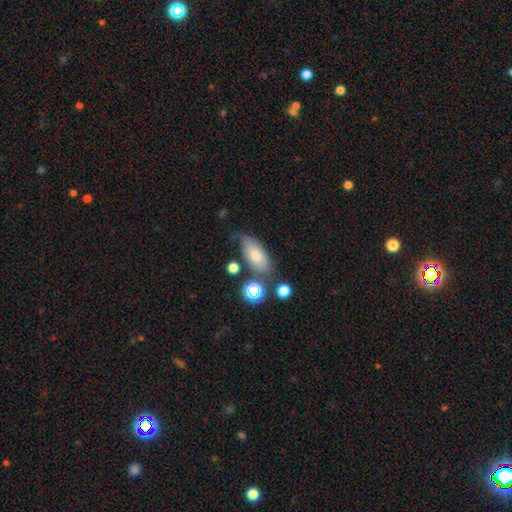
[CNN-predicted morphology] This appears to be a smooth galaxy with no disk features (71%) that is in between round and cigar-shaped (86%). Merging: none (59%).